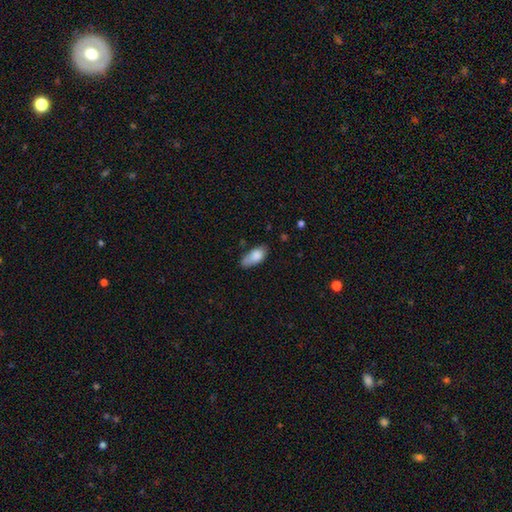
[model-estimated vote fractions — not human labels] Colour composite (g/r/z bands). It shows a smooth galaxy with no disk features (82%) that is in between round and cigar-shaped (85%). Merging: none (50%).